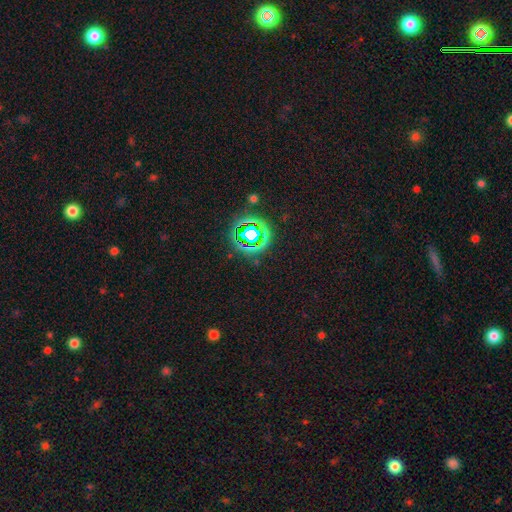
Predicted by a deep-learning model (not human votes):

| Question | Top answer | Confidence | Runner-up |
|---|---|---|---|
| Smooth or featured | star or artifact | 80% | smooth (13%) |